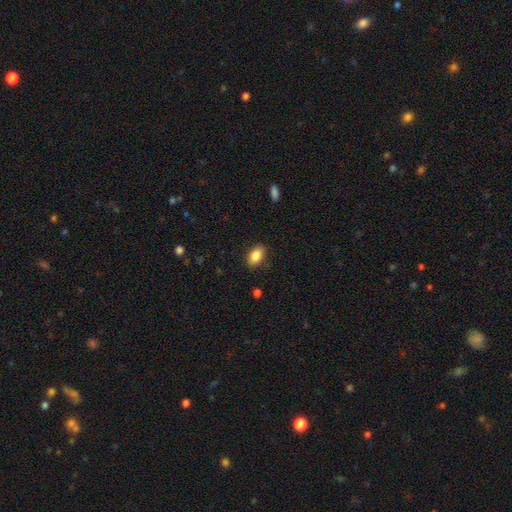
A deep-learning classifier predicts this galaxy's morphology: smooth-or-featured: smooth: 87% | star or artifact: 8% | featured or disk: 5%
  how-rounded: in between: 90% | round: 8% | cigar-shaped: 2%
  merging: none: 87% | minor disturbance: 9% | major disturbance: 2% | merger: 1%